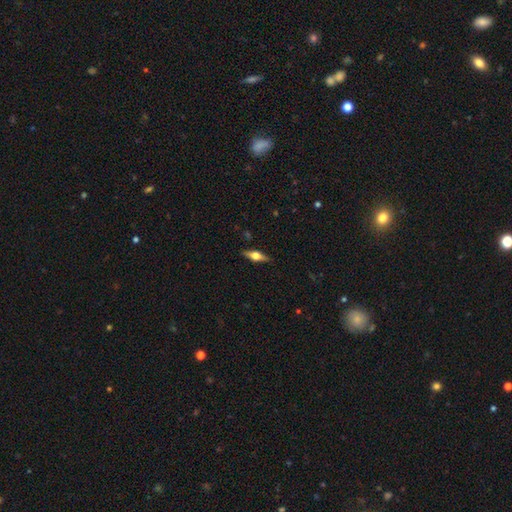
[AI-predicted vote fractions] The model was most divided on "smooth or featured": featured or disk: 63%, smooth: 30%, star or artifact: 7%. More confident: edge-on disk — yes (95%); edge-on bulge — rounded (94%); merging — none (89%).